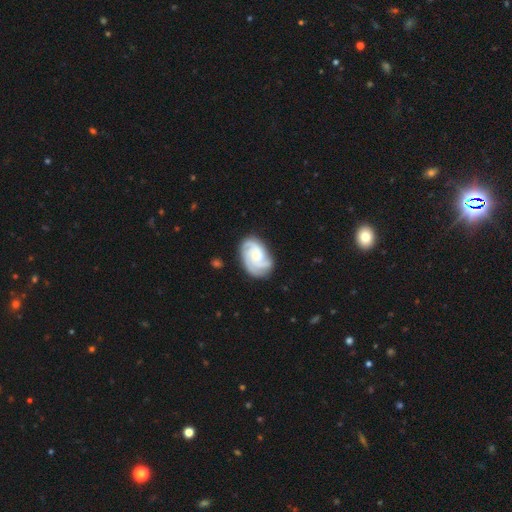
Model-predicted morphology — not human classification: smooth_or_featured: featured or disk (p=0.84) [alt: smooth p=0.11]
disk_edge_on: no (p=0.98) [alt: yes p=0.02]
bar: no (p=0.73) [alt: weak p=0.23]
has_spiral_arms: yes (p=0.98) [alt: no p=0.02]
spiral_winding: tight (p=0.57) [alt: medium p=0.35]
spiral_arm_count: 3 (p=0.55) [alt: 4 p=0.14]
bulge_size: small (p=0.58) [alt: moderate p=0.32]
merging: none (p=0.77) [alt: minor disturbance p=0.17]